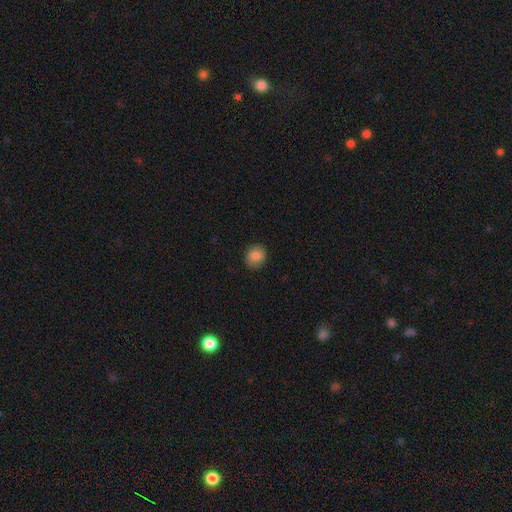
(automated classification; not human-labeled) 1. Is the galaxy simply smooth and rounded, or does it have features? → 83% smooth, 9% star or artifact, 8% featured or disk.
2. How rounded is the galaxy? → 76% round, 23% in between, 1% cigar-shaped.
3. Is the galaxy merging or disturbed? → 88% none, 9% minor disturbance, 2% major disturbance, 1% merger.